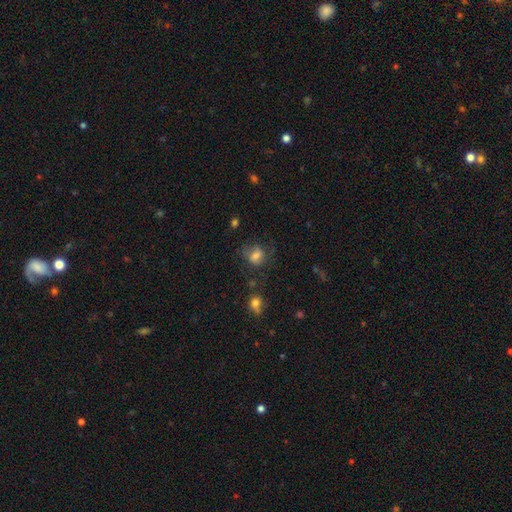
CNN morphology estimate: smooth-or-featured: smooth: 64% | featured or disk: 22% | star or artifact: 15%
  how-rounded: in between: 49% (tied) | round: 49% (tied) | cigar-shaped: 1%
  merging: none: 52% | minor disturbance: 23% | major disturbance: 19% | merger: 6%